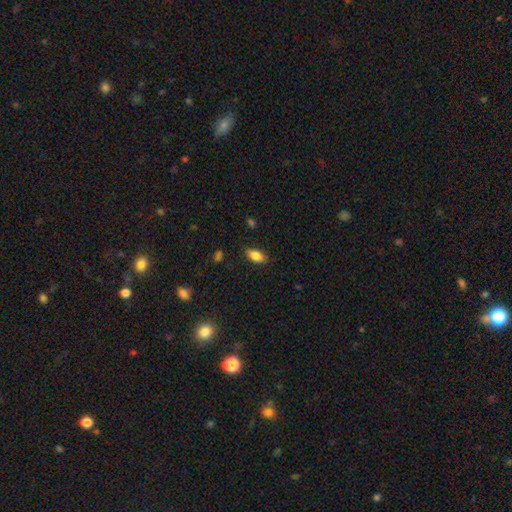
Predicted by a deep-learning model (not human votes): Smooth or featured? Predicted: smooth (p=0.83). How rounded? Predicted: in between (p=0.89). Merging? Predicted: none (p=0.84).